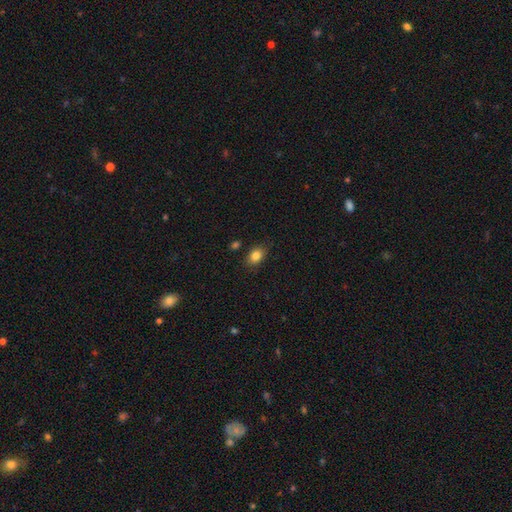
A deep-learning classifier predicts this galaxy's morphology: Smooth or featured?
  - smooth: 84% *
  - star or artifact: 9%
  - featured or disk: 7%
How rounded?
  - in between: 79% *
  - round: 20%
  - cigar-shaped: 1%
Merging?
  - none: 84% *
  - minor disturbance: 11%
  - merger: 3%
  - major disturbance: 3%